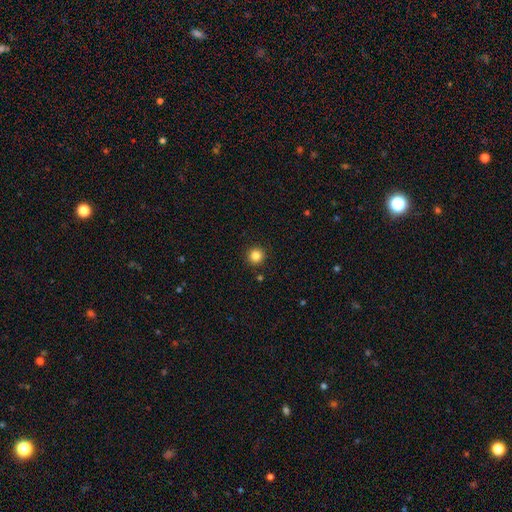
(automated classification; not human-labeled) This is clearly a smooth galaxy (85%). How rounded: clearly round (95%). Merging: clearly none (92%).